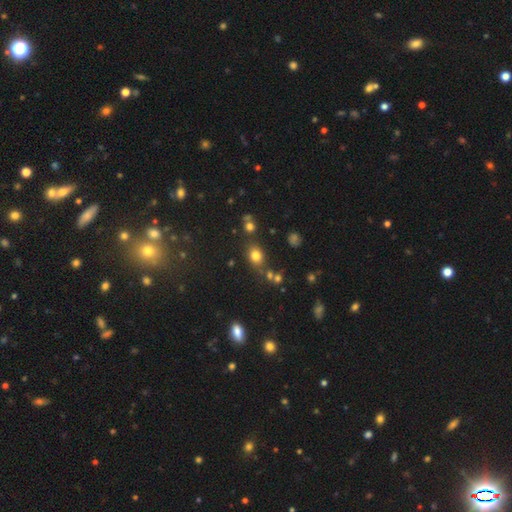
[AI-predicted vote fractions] Q: Smooth or featured?
A: smooth (75%); runner-up: star or artifact (17%)
Q: How rounded?
A: round (54%); runner-up: in between (45%)
Q: Merging?
A: none (70%); runner-up: minor disturbance (14%)